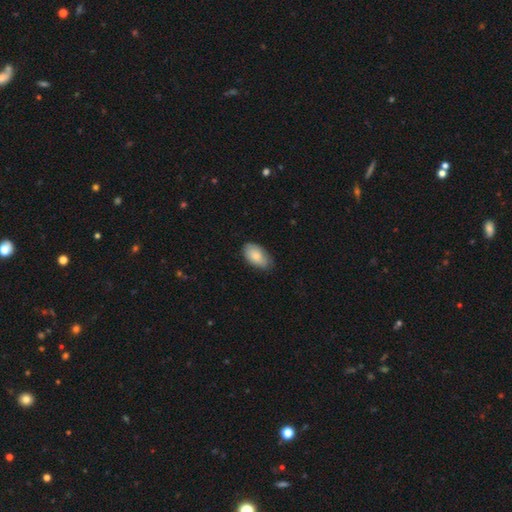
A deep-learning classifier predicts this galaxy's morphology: The model was most divided on "merging": none: 72%, minor disturbance: 24%, major disturbance: 3%, merger: 1%. More confident: how rounded — in between (94%); smooth or featured — smooth (81%).